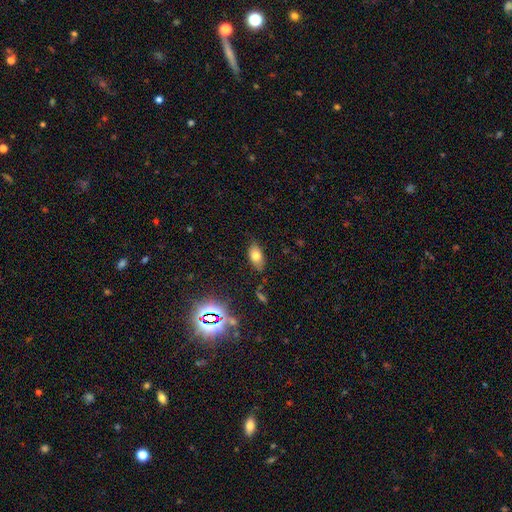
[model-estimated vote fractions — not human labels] This is likely a smooth galaxy (73%). How rounded: clearly in between (89%). Merging: likely none (78%).